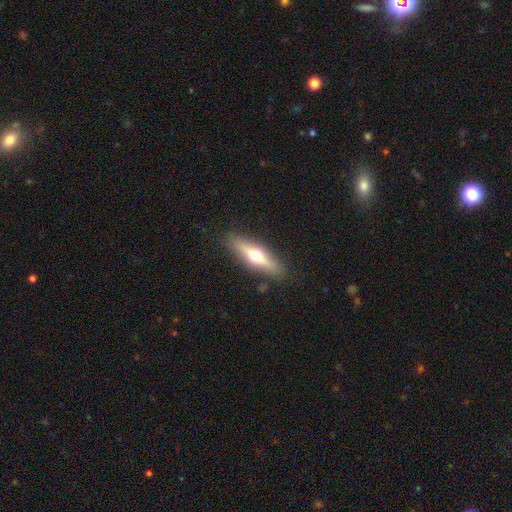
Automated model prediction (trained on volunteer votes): Morphology: type=smooth (47%, tied with featured or disk); merging=none (87%).